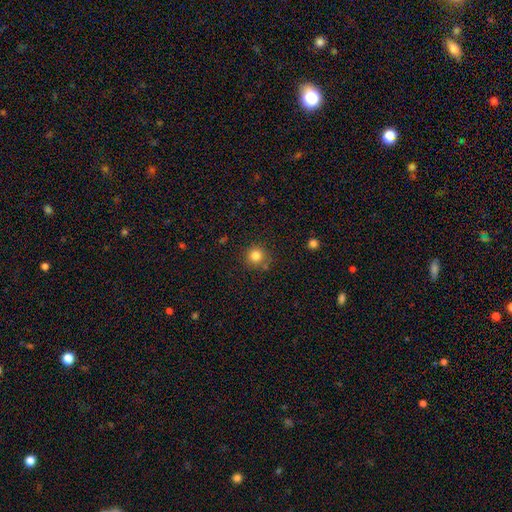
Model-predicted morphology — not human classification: smooth 83%, star or artifact 12%, featured or disk 5%. Down the decision tree: how rounded — round (93%); merging — none (79%).